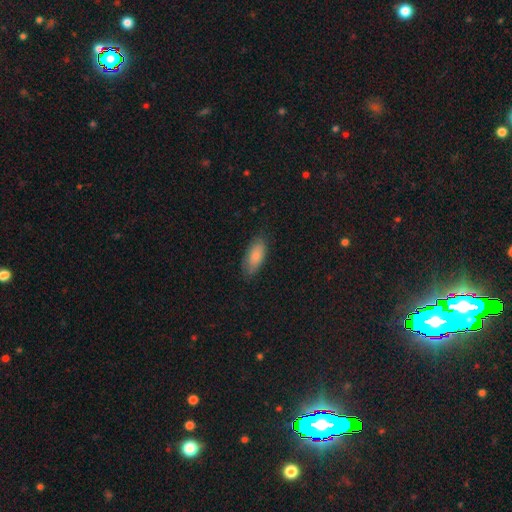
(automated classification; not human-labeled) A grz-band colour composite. It shows a smooth galaxy with no disk features (84%) that is in between round and cigar-shaped (86%). Merging: none (79%).